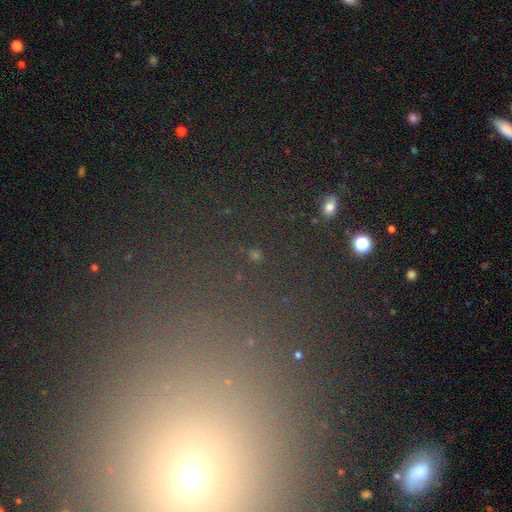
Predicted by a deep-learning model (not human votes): A star or artifact, not a galaxy (49%).

Vote fractions:
- Smooth or featured? star or artifact: 49% / smooth: 39% / featured or disk: 11%